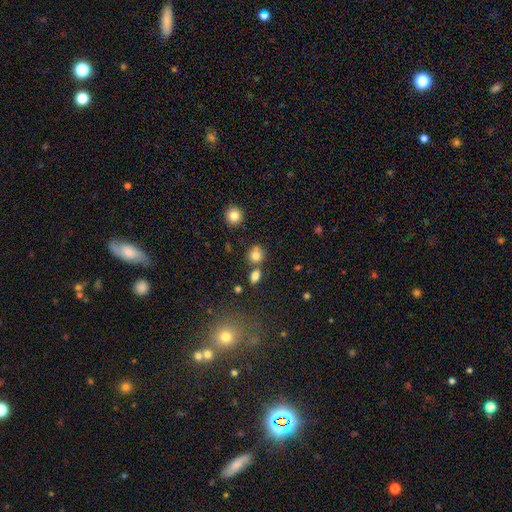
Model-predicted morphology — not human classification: The model was most divided on "merging": none: 62%, merger: 22%, minor disturbance: 12%, major disturbance: 4%. More confident: smooth or featured — smooth (80%); how rounded — round (73%).